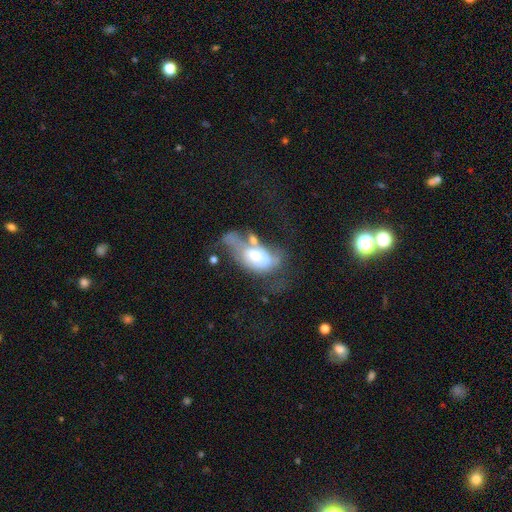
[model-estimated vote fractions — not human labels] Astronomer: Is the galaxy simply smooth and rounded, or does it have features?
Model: featured or disk — 59%.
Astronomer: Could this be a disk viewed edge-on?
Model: no — 94%.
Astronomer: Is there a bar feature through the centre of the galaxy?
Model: no — 75%.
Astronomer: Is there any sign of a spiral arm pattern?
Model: no — 58% (runner-up: yes, 42%).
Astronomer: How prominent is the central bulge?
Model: moderate — 62%.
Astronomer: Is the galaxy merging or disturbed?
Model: major disturbance — 38% (runner-up: merger, 32%).